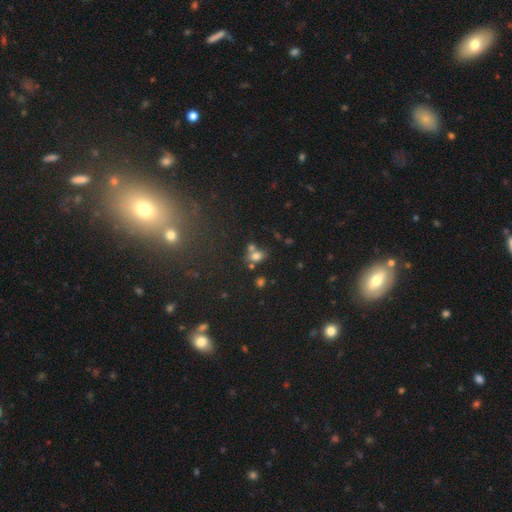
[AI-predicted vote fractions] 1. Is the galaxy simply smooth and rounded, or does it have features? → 69% smooth, 17% star or artifact, 14% featured or disk.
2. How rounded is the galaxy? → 60% in between, 38% round, 2% cigar-shaped.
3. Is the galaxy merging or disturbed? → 41% merger, 40% none, 12% minor disturbance, 6% major disturbance.